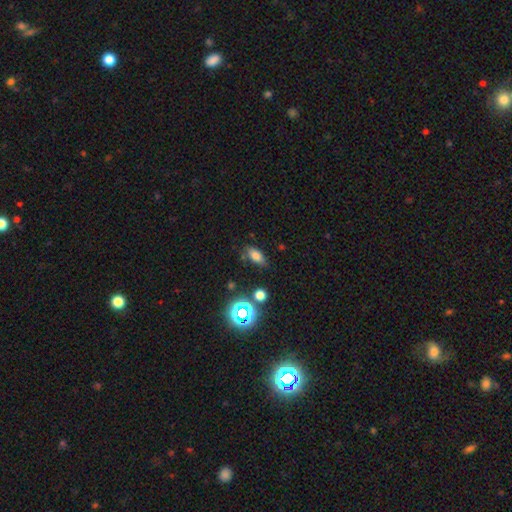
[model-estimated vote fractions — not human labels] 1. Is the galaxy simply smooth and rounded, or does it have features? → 71% smooth, 18% star or artifact, 11% featured or disk.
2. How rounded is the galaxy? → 80% in between, 11% cigar-shaped, 9% round.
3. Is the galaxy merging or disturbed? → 76% none, 16% minor disturbance, 4% major disturbance, 4% merger.